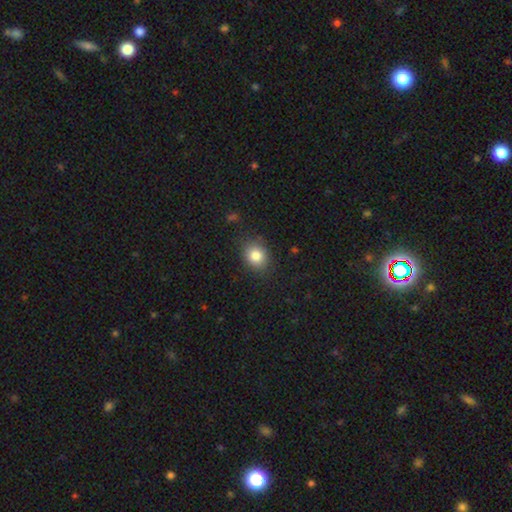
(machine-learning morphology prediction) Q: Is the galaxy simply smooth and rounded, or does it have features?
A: smooth — 83%.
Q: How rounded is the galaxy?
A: round — 60%.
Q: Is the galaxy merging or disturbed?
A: none — 85%.